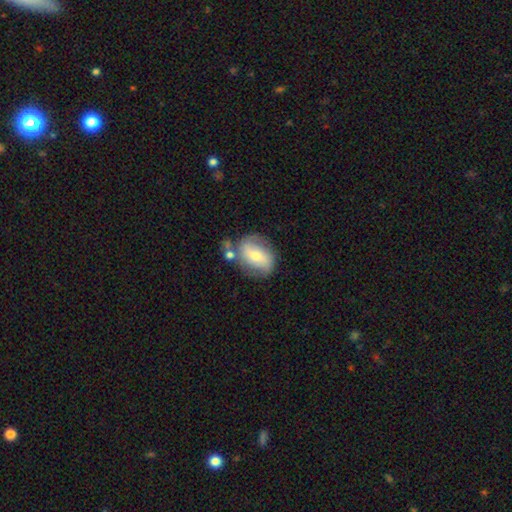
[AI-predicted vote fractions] The model was most divided on "smooth or featured": featured or disk: 50%, smooth: 43%, star or artifact: 7%. More confident: edge-on disk — no (94%); merging — none (61%).